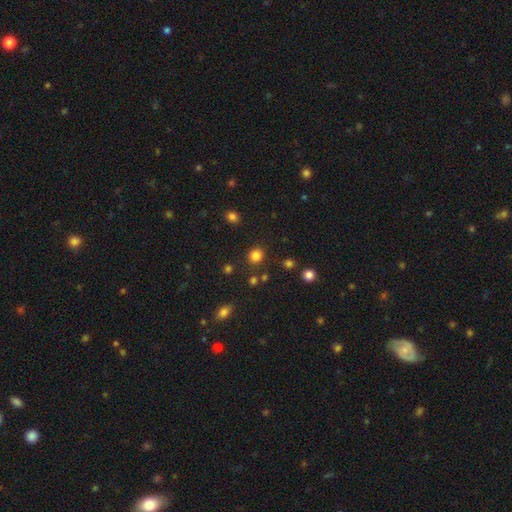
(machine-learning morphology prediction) type=smooth (83%); roundness=round (80%); merging=none (85%).